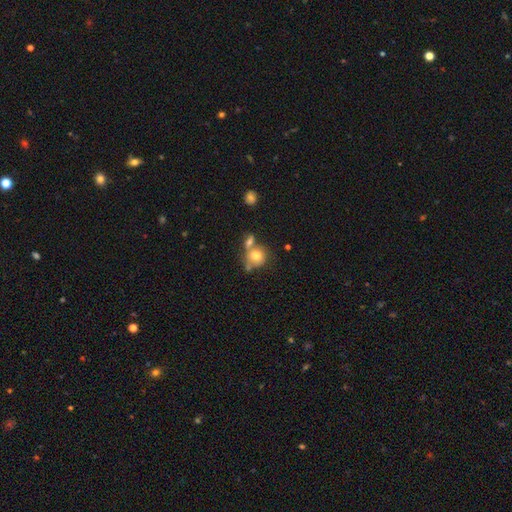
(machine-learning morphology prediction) Smooth or featured? Predicted: smooth (p=0.75). How rounded? Predicted: round (p=0.77). Merging? Predicted: none (p=0.43).